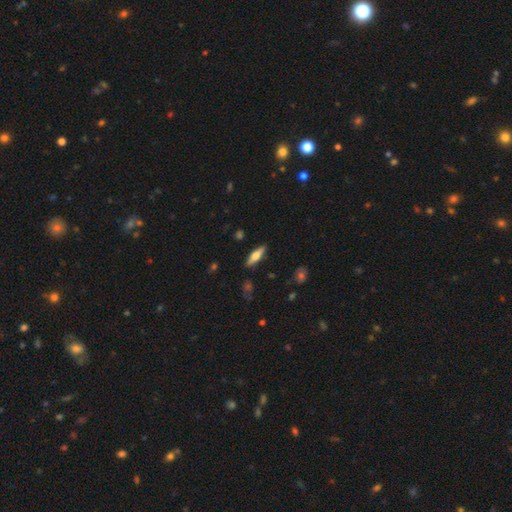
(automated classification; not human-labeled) smooth-or-featured: smooth: 50% | featured or disk: 44% | star or artifact: 6%
  merging: none: 88% | minor disturbance: 9% | major disturbance: 2% | merger: 2%